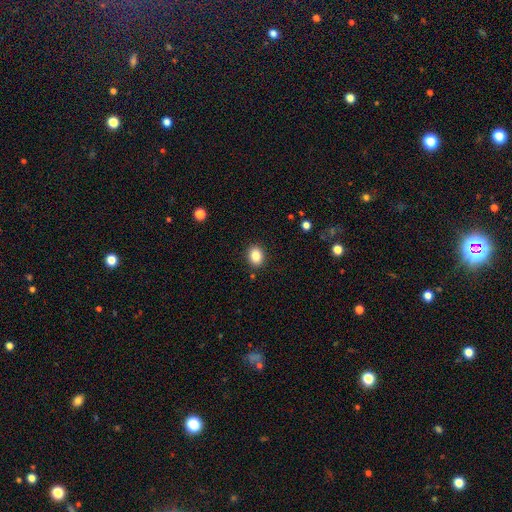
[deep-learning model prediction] This appears to be a smooth galaxy with no disk features (85%) that is in between round and cigar-shaped (50%). Merging: none (89%).